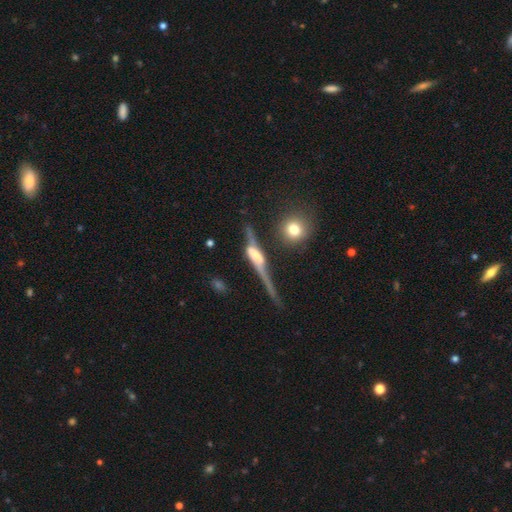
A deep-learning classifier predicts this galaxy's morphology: A featured or disk galaxy (80%) viewed edge-on (79%) with a boxy central bulge (47%).

Vote fractions:
- Smooth or featured? featured or disk: 80% / smooth: 13% / star or artifact: 7%
- Edge-on disk? yes: 79% / no: 21%
- Edge-on bulge? boxy: 47% / rounded: 42% / none: 11%
- Merging? none: 42% / major disturbance: 26% / minor disturbance: 23% / merger: 9%